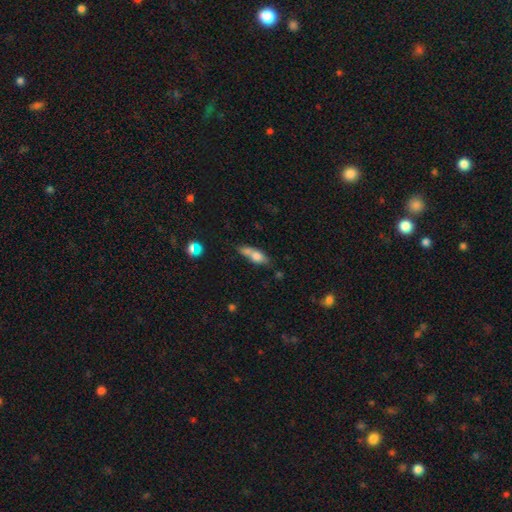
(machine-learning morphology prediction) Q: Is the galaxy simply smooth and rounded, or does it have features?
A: smooth — 67%.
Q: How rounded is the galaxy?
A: in between — 60%.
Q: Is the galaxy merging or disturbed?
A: none — 36%.